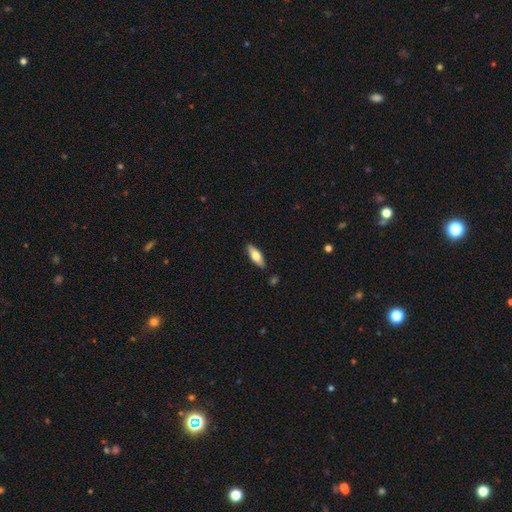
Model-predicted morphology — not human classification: Smooth or featured: smooth — 65% (featured or disk — 29%)
How rounded: in between — 64% (cigar-shaped — 34%)
Merging: none — 87% (minor disturbance — 9%)